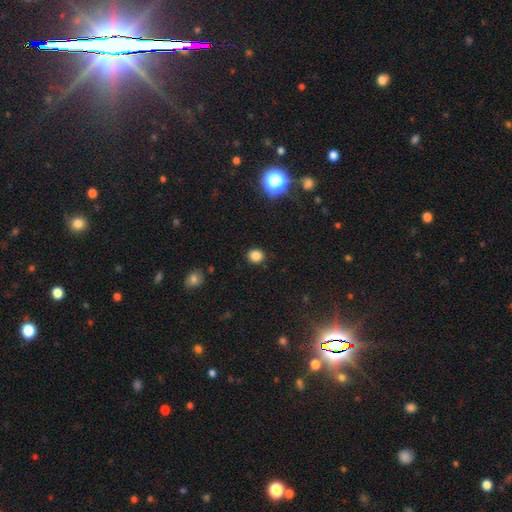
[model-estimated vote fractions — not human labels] Smooth or featured: smooth — 83% (star or artifact — 13%)
How rounded: round — 77% (in between — 22%)
Merging: none — 89% (minor disturbance — 8%)